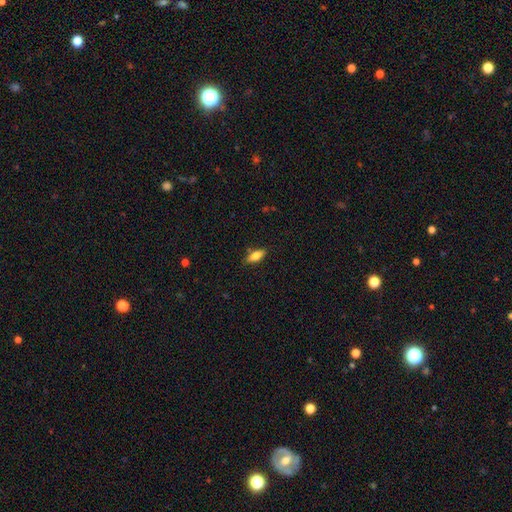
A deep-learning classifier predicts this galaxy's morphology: smooth 69%, featured or disk 24%, star or artifact 8%. Down the decision tree: how rounded — in between (71%); merging — none (80%).